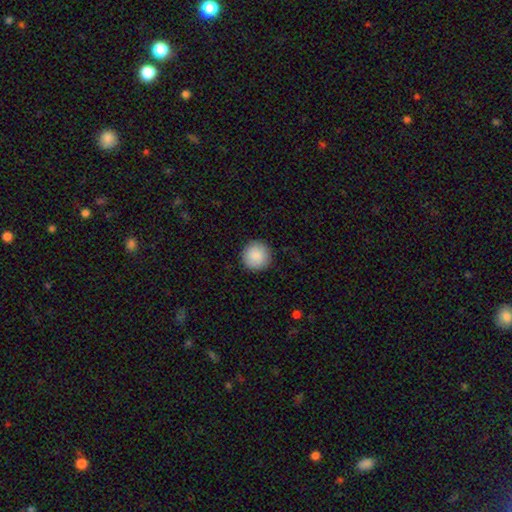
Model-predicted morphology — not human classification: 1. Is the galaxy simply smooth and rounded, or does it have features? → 88% smooth, 7% star or artifact, 6% featured or disk.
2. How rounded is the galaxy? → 95% round, 4% in between, 1% cigar-shaped.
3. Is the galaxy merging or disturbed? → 90% none, 7% minor disturbance, 2% major disturbance, 1% merger.